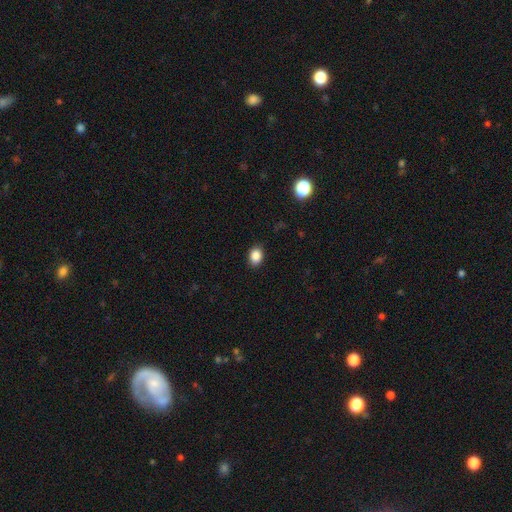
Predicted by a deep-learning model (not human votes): Morphology: type=smooth (87%); roundness=in between (66%); merging=none (87%).